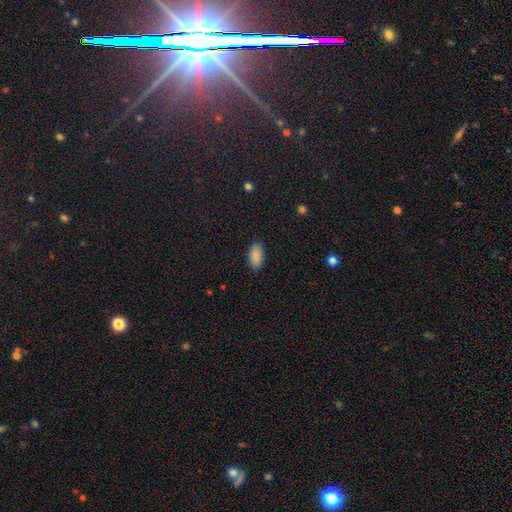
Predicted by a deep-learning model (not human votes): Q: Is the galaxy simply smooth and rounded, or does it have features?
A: smooth — 89%.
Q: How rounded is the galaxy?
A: in between — 93%.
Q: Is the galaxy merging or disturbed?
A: none — 88%.